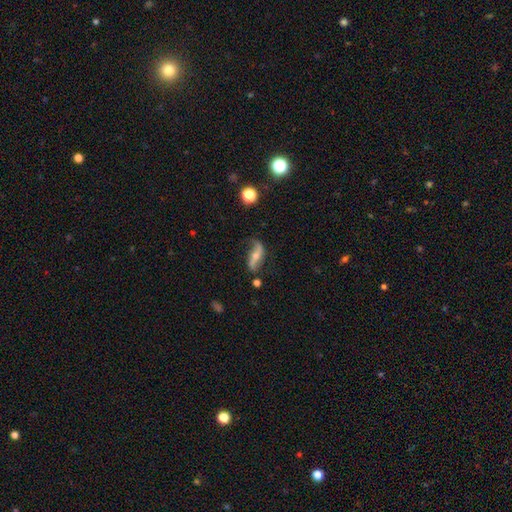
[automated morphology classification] A featured or disk galaxy (73%) with no bar (38%), 2 (89%) loose (86%) spiral arms (88%) and a moderate central bulge (46%).

Vote fractions:
- Smooth or featured? featured or disk: 73% / smooth: 20% / star or artifact: 7%
- Edge-on disk? no: 84% / yes: 16%
- Bar? no: 38% / strong: 35% / weak: 27%
- Spiral arms? yes: 88% / no: 12%
- Spiral winding? loose: 86% / medium: 10% / tight: 4%
- Spiral arm count? 2: 89% / 1: 5% / can't tell: 3% / 3: 1% / 4: 1% / more than 4: 1%
- Bulge size? moderate: 46% / small: 45% / none: 4% / large: 3% / dominant: 2%
- Merging? none: 65% / minor disturbance: 22% / major disturbance: 9% / merger: 3%